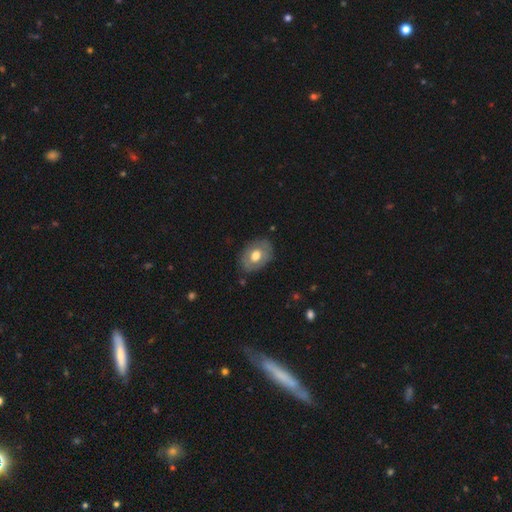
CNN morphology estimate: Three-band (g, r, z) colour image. It shows a smooth galaxy with no disk features (56%) that is in between round and cigar-shaped (77%). Merging: none (79%).